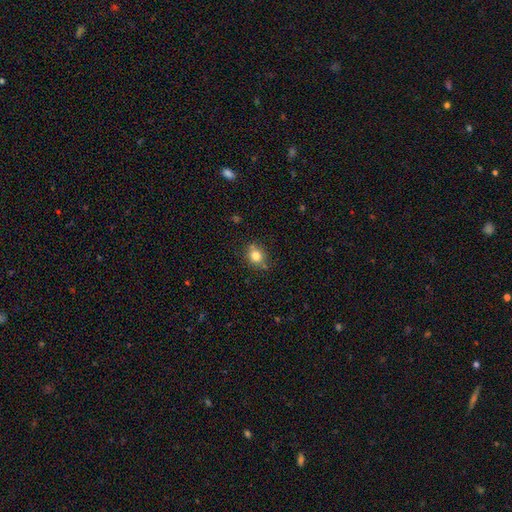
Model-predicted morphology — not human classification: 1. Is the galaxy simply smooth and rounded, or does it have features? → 80% smooth, 12% star or artifact, 8% featured or disk.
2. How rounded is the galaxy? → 77% round, 22% in between, 1% cigar-shaped.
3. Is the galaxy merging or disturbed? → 75% none, 15% minor disturbance, 7% merger, 4% major disturbance.